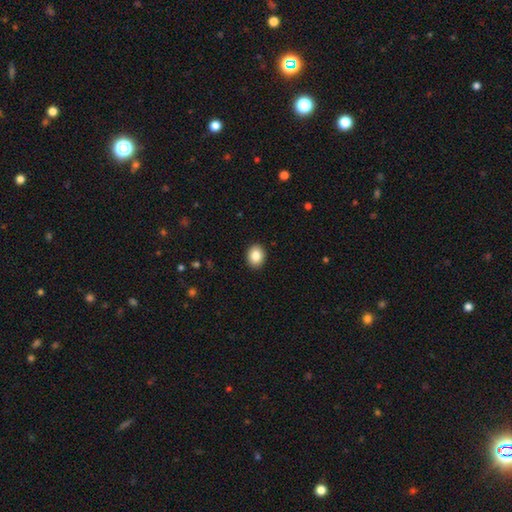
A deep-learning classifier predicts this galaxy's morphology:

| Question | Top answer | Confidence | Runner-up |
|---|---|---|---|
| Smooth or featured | smooth | 85% | star or artifact (8%) |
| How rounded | in between | 53% | round (46%) |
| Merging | none | 92% | minor disturbance (6%) |